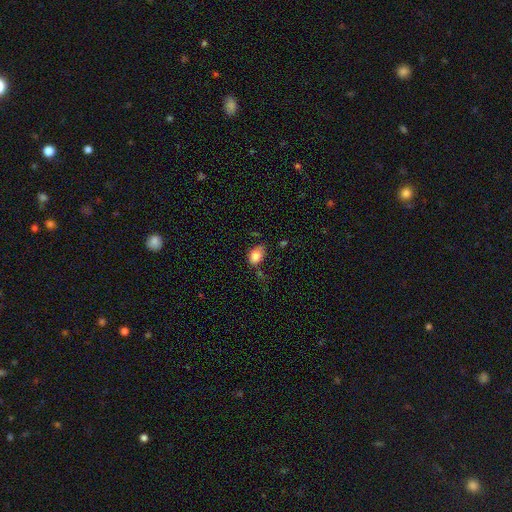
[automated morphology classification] smooth-or-featured: smooth: 85% | star or artifact: 8% | featured or disk: 7%
  how-rounded: in between: 81% | round: 17% | cigar-shaped: 1%
  merging: none: 58% | minor disturbance: 29% | major disturbance: 8% | merger: 5%